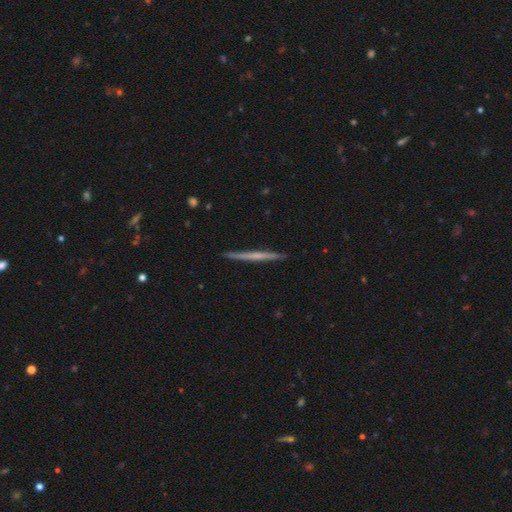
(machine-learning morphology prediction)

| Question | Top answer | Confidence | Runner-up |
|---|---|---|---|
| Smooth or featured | featured or disk | 58% | smooth (37%) |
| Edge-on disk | yes | 98% | no (2%) |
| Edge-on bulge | none | 77% | rounded (17%) |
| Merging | none | 91% | minor disturbance (6%) |